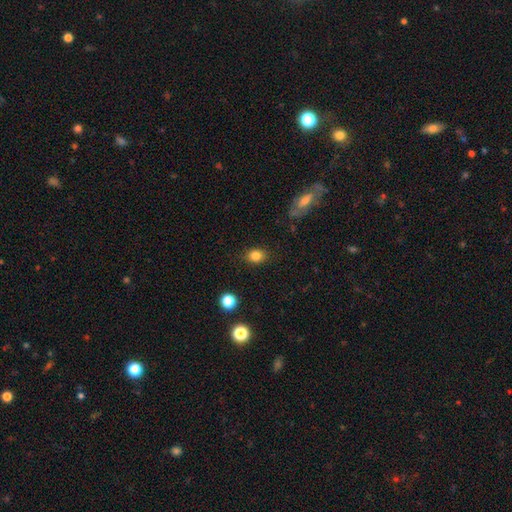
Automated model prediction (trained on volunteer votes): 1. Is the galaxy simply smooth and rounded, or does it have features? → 83% smooth, 11% star or artifact, 6% featured or disk.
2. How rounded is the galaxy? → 56% in between, 43% round, 1% cigar-shaped.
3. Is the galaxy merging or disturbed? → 85% none, 11% minor disturbance, 3% major disturbance, 1% merger.